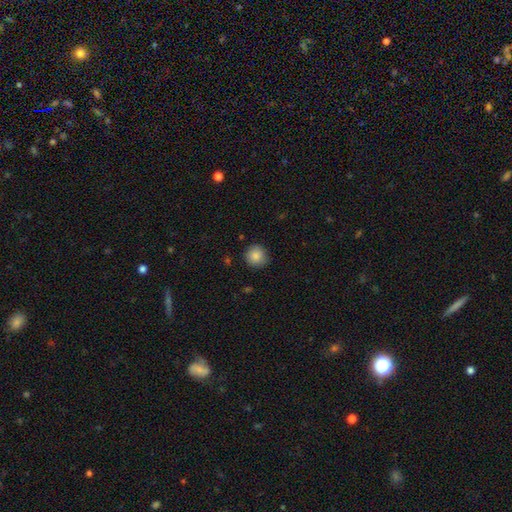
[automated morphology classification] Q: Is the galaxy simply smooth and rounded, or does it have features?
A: smooth — 86%.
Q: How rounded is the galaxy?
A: round — 93%.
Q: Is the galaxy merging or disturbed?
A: none — 87%.